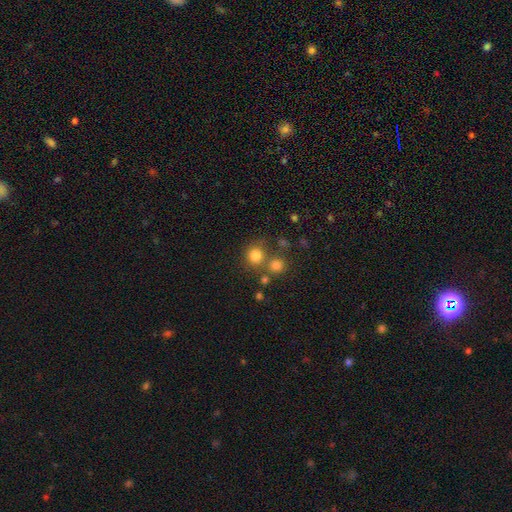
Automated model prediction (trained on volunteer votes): Smooth or featured: smooth — 80% (star or artifact — 14%)
How rounded: round — 88% (in between — 11%)
Merging: none — 65% (merger — 21%)